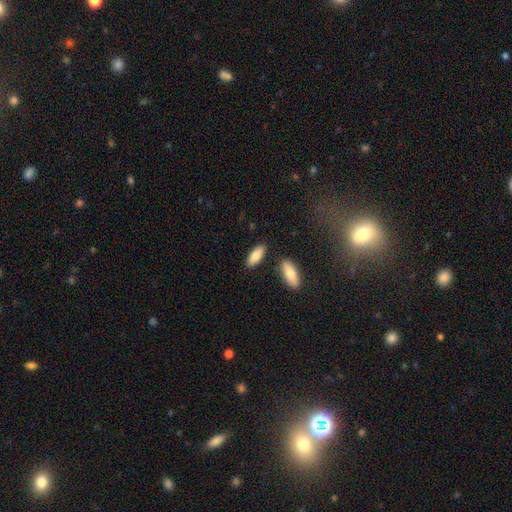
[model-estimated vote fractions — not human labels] smooth 83%, featured or disk 11%, star or artifact 6%. Down the decision tree: how rounded — in between (72%); merging — none (82%).